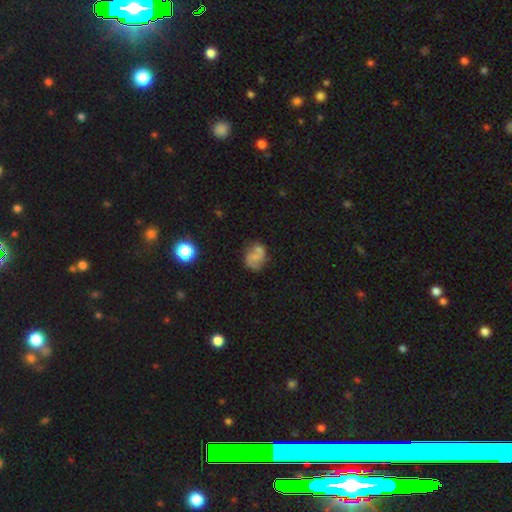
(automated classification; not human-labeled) Q: Smooth or featured?
A: featured or disk (44%); tied with: smooth (44%)
Q: Merging?
A: none (48%); runner-up: minor disturbance (23%)